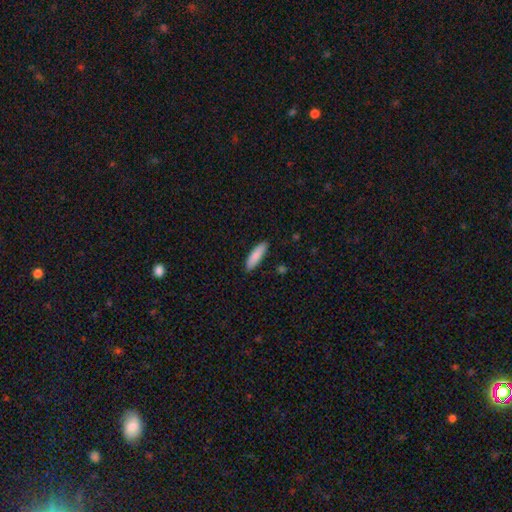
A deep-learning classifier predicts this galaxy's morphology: Smooth or featured? Predicted: smooth (p=0.86). How rounded? Predicted: cigar-shaped (p=0.62). Merging? Predicted: none (p=0.88).